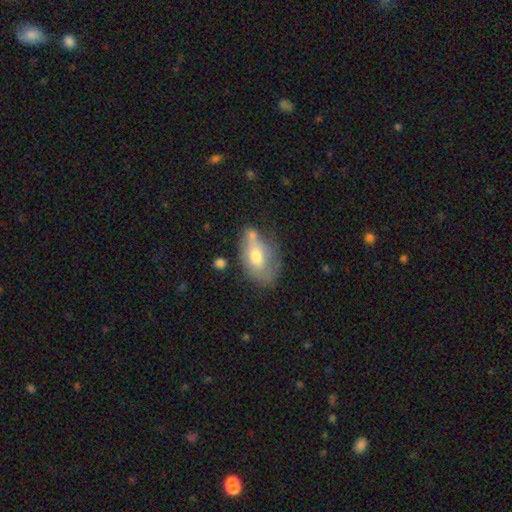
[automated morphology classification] The model was most divided on "merging": none: 40%, minor disturbance: 27%, merger: 19%, major disturbance: 14%. More confident: how rounded — in between (86%); smooth or featured — smooth (59%).